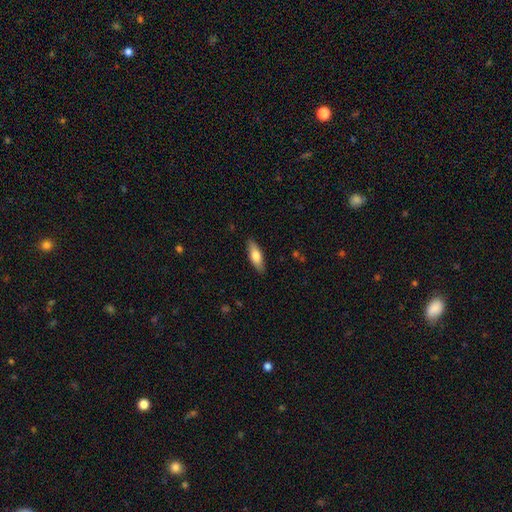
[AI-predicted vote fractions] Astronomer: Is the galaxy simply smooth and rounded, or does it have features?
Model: smooth — 70%.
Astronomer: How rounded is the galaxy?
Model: in between — 59% (runner-up: cigar-shaped, 39%).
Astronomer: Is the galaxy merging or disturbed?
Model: none — 88%.